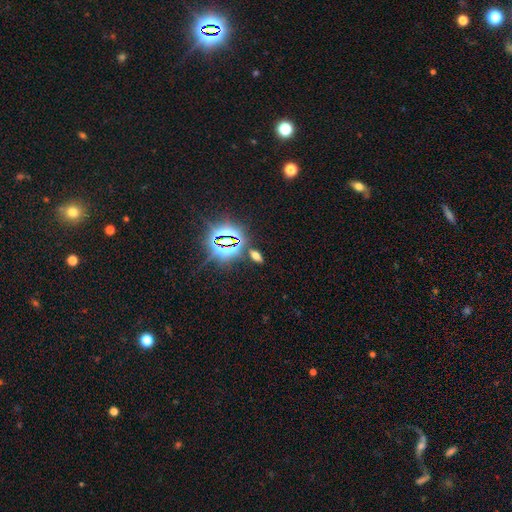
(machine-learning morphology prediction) This is possibly a smooth galaxy (47%). Merging: clearly none (84%).